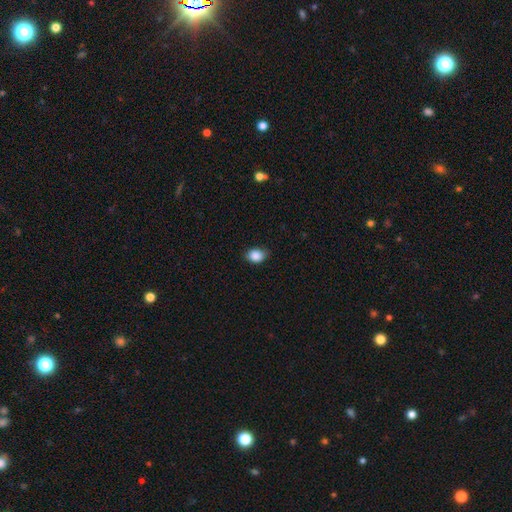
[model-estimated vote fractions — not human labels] A smooth galaxy with no disk features (88%) that is in between round and cigar-shaped (66%). Merging: none (77%).